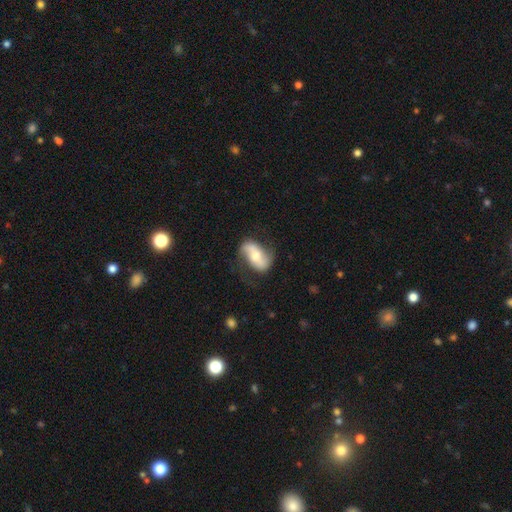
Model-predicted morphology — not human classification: Smooth or featured? featured or disk (64%)
Edge-on disk? no (93%)
Bar? no (43%)
Spiral arms? yes (87%)
Spiral winding? loose (59%)
Spiral arm count? 2 (89%)
Bulge size? moderate (62%)
Merging? none (66%)